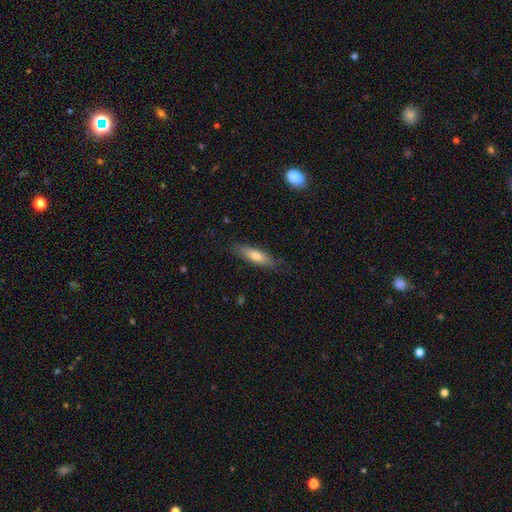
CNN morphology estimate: Smooth or featured?
  - smooth: 67% *
  - featured or disk: 27%
  - star or artifact: 6%
How rounded?
  - cigar-shaped: 64% *
  - in between: 34%
  - round: 2%
Merging?
  - none: 80% *
  - minor disturbance: 15%
  - major disturbance: 3%
  - merger: 1%